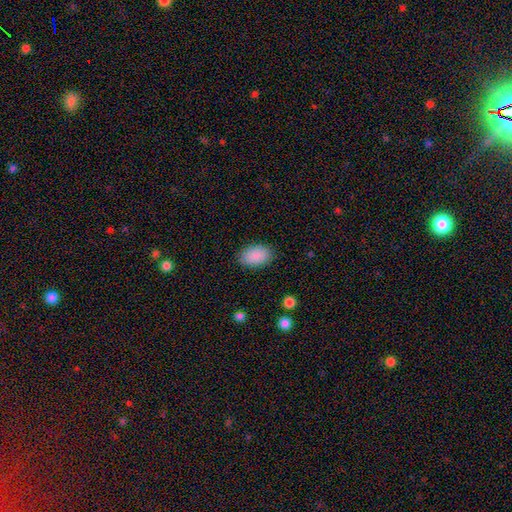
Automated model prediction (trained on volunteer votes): Q: Smooth or featured?
A: smooth (89%); runner-up: star or artifact (7%)
Q: How rounded?
A: in between (91%); runner-up: round (8%)
Q: Merging?
A: none (87%); runner-up: minor disturbance (9%)